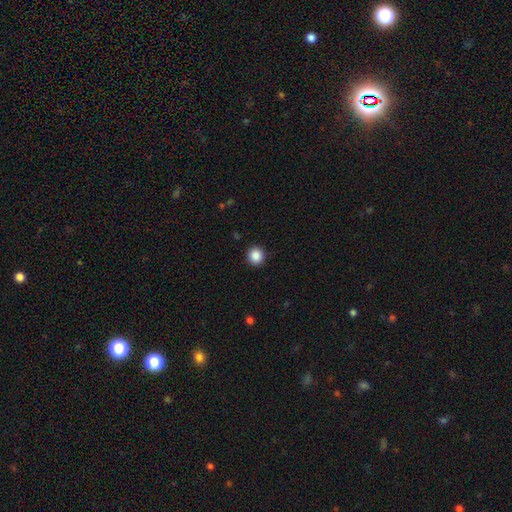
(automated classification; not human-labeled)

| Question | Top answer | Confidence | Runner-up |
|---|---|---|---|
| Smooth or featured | smooth | 88% | star or artifact (9%) |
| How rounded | round | 92% | in between (7%) |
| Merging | none | 92% | minor disturbance (5%) |